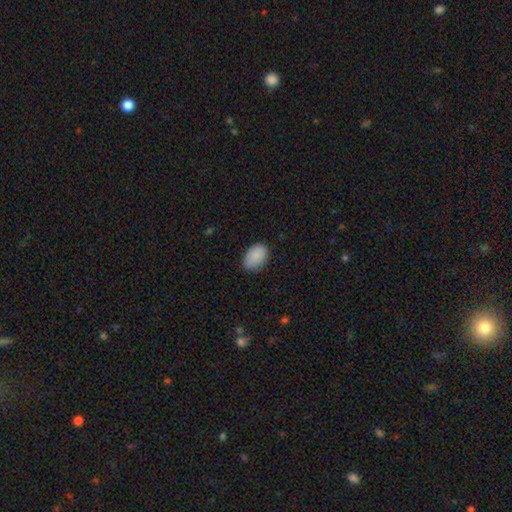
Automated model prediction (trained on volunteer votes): Overall: smooth (89%). How rounded: in between (87%). Merging: none (74%).